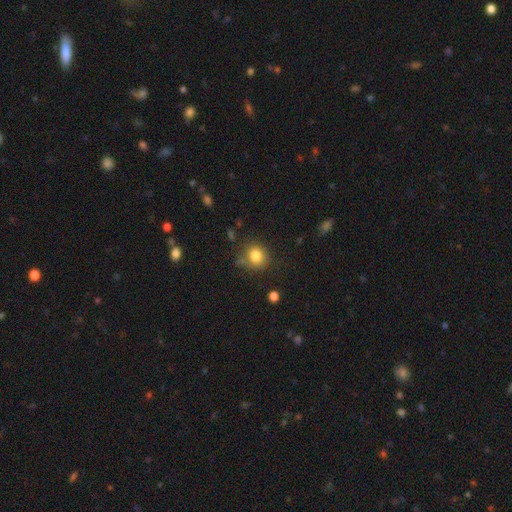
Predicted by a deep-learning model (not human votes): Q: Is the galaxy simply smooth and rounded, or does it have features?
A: smooth — 82%.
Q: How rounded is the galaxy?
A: round — 77%.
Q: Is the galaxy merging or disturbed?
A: none — 73%.